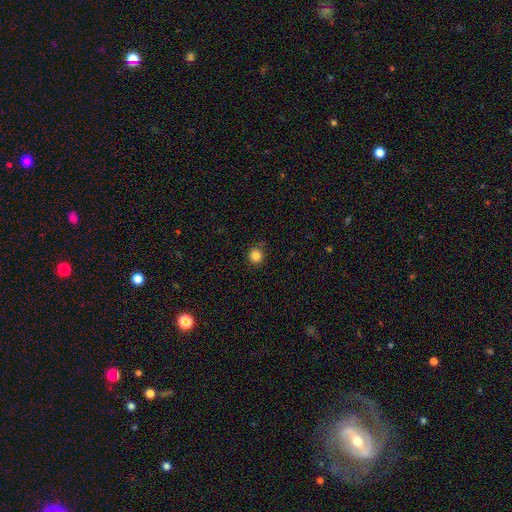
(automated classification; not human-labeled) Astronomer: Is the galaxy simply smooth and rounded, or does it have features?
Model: smooth — 84%.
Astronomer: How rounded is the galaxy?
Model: round — 92%.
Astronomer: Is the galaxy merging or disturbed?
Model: none — 85%.